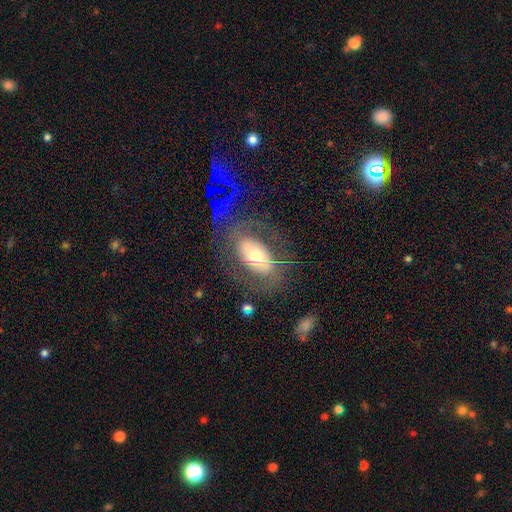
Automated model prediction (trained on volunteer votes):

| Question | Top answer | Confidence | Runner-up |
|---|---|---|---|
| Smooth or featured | featured or disk | 49% | smooth (42%) |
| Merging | none | 70% | minor disturbance (14%) |